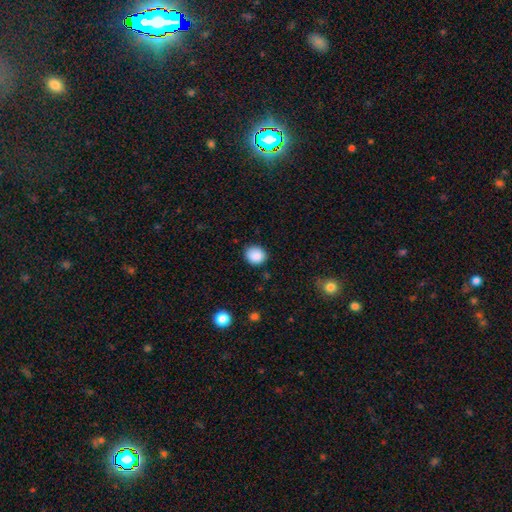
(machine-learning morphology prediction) smooth_or_featured: smooth (p=0.88) [alt: star or artifact p=0.09]
how_rounded: round (p=0.72) [alt: in between p=0.27]
merging: none (p=0.83) [alt: minor disturbance p=0.13]